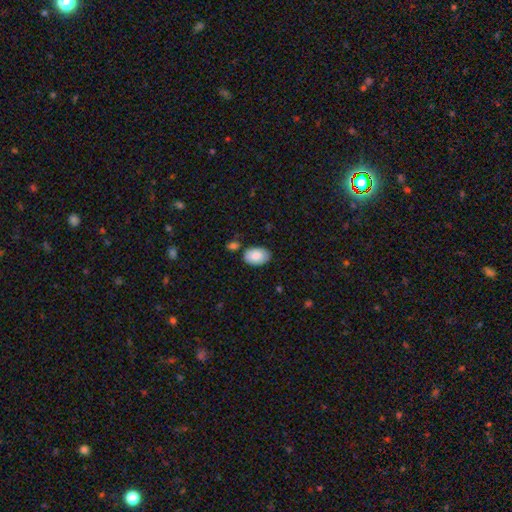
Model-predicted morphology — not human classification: This is clearly a smooth galaxy (83%). How rounded: clearly in between (91%). Merging: likely none (79%).